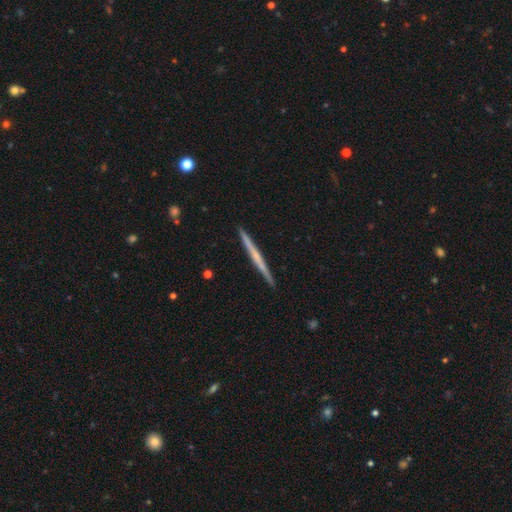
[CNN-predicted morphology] Smooth or featured: featured or disk — 60% (smooth — 35%)
Edge-on disk: yes — 98% (no — 2%)
Edge-on bulge: none — 74% (rounded — 20%)
Merging: none — 93% (minor disturbance — 5%)